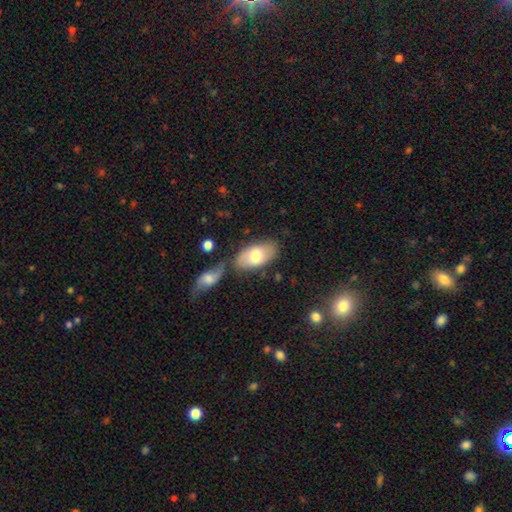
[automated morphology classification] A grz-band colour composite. It shows a smooth galaxy with no disk features (70%) that is in between round and cigar-shaped (94%). Merging: none (64%).